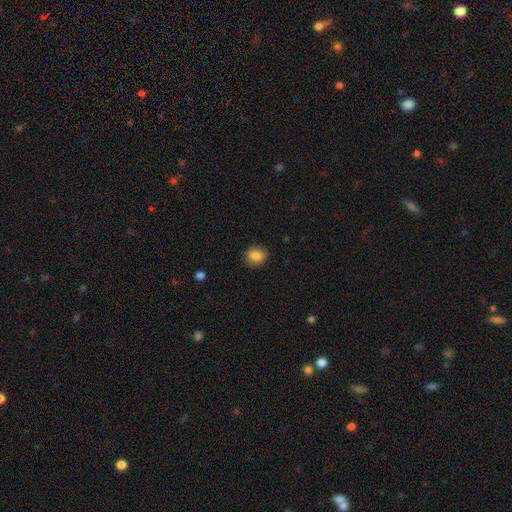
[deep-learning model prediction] Smooth or featured? smooth (86%)
How rounded? round (65%)
Merging? none (85%)